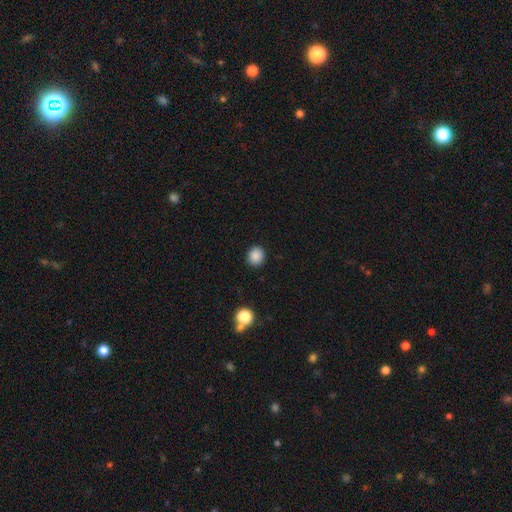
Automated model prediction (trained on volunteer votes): smooth 87%, star or artifact 10%, featured or disk 3%. Down the decision tree: how rounded — round (79%); merging — none (90%).